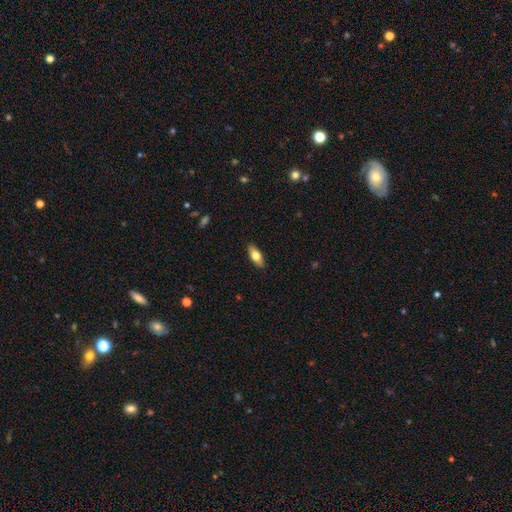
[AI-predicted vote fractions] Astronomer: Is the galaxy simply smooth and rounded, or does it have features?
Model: smooth — 67%.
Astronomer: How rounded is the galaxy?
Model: in between — 78%.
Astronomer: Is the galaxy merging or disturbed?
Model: none — 89%.